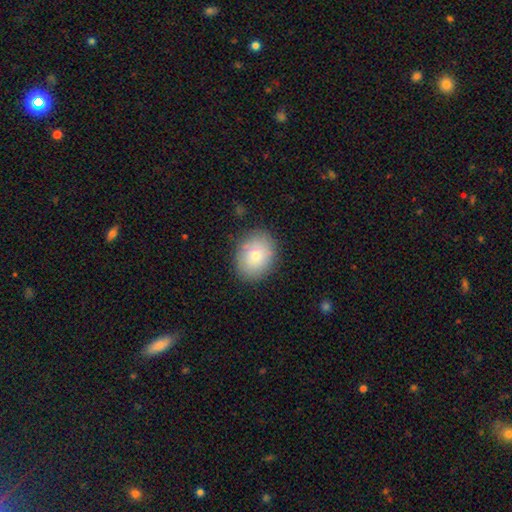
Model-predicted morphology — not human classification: Smooth or featured? smooth (79%)
How rounded? in between (60%)
Merging? none (83%)